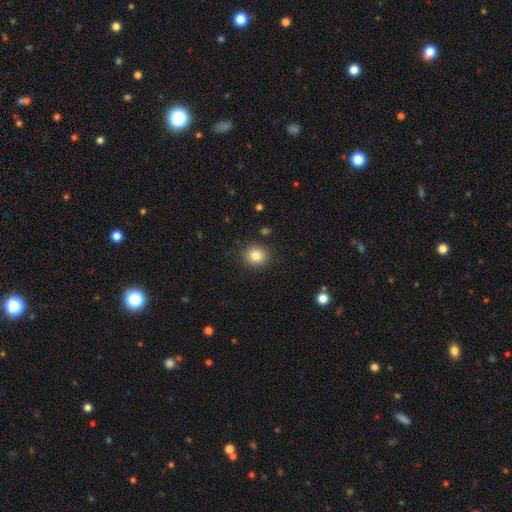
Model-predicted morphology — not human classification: Overall: smooth (83%). How rounded: round (85%). Merging: none (89%).